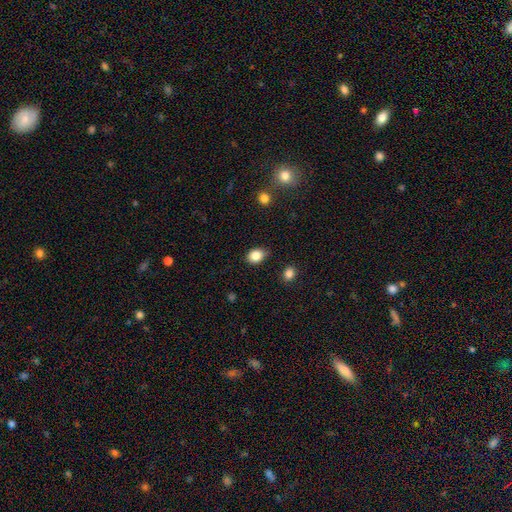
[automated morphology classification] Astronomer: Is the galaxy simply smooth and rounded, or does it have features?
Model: smooth — 84%.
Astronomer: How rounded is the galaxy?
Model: in between — 55% (runner-up: round, 44%).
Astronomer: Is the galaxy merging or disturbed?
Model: none — 71%.